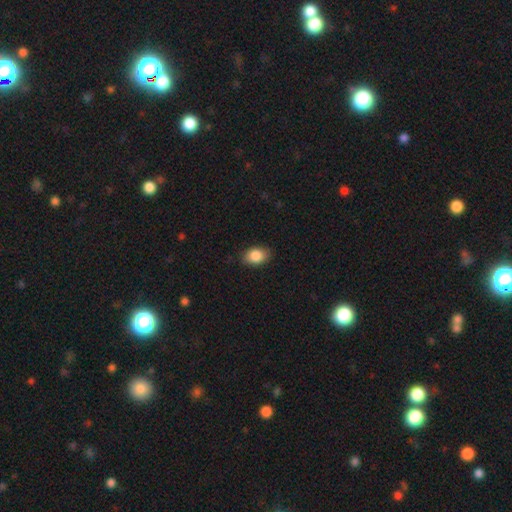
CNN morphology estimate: The model was most divided on "how rounded": in between: 83%, round: 16%, cigar-shaped: 1%. More confident: smooth or featured — smooth (87%); merging — none (85%).